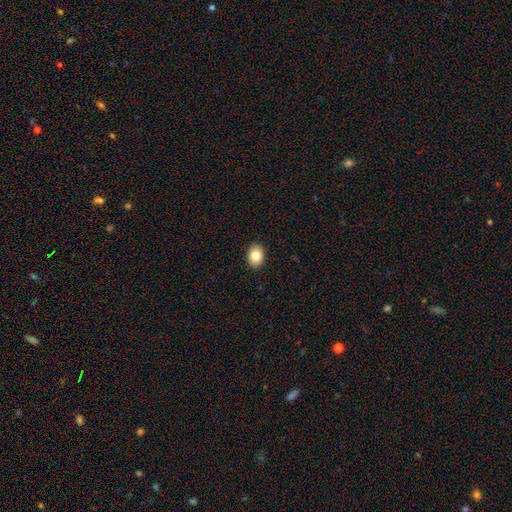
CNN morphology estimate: Overall: smooth (83%). How rounded: in between (65%; round 34%). Merging: none (91%).